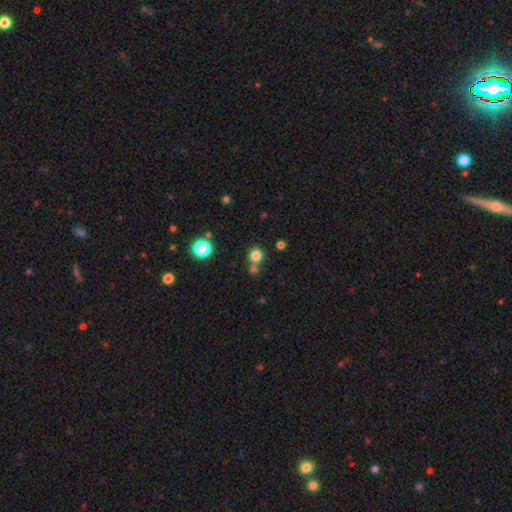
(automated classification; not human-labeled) A smooth galaxy with no disk features (80%) that is round (85%). Merging: none (63%).